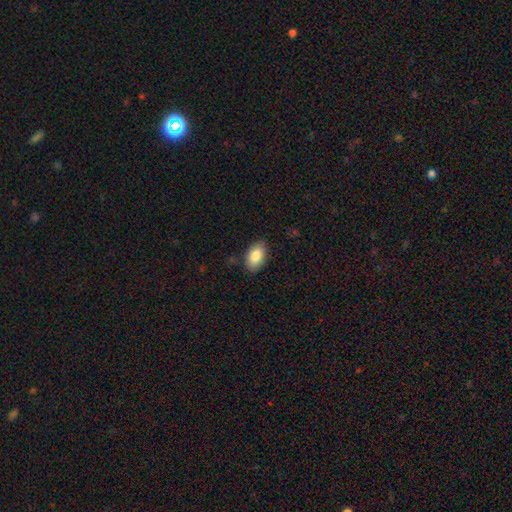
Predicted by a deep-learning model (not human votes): A smooth galaxy with no disk features (85%) that is in between round and cigar-shaped (93%). Merging: none (85%).